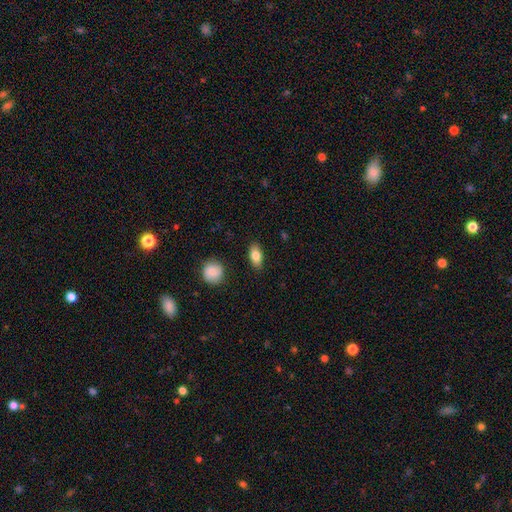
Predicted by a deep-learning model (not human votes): smooth_or_featured: smooth (p=0.80) [alt: featured or disk p=0.13]
how_rounded: in between (p=0.85) [alt: cigar-shaped p=0.08]
merging: none (p=0.86) [alt: minor disturbance p=0.10]